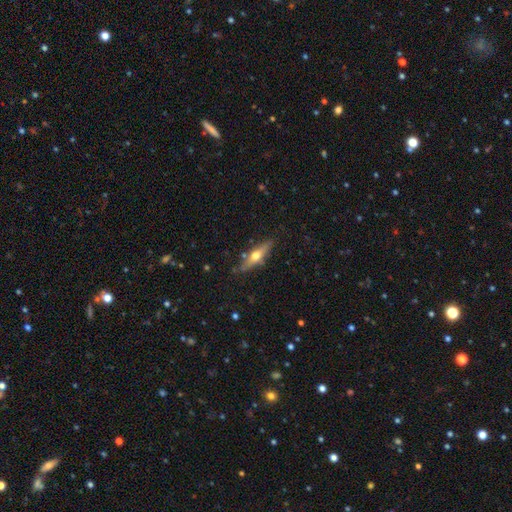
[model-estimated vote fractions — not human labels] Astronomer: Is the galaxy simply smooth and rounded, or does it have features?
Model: featured or disk — 58% (runner-up: smooth, 36%).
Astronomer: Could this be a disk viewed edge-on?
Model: yes — 91%.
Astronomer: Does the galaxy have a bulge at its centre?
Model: rounded — 94%.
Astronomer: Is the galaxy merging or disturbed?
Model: none — 83%.